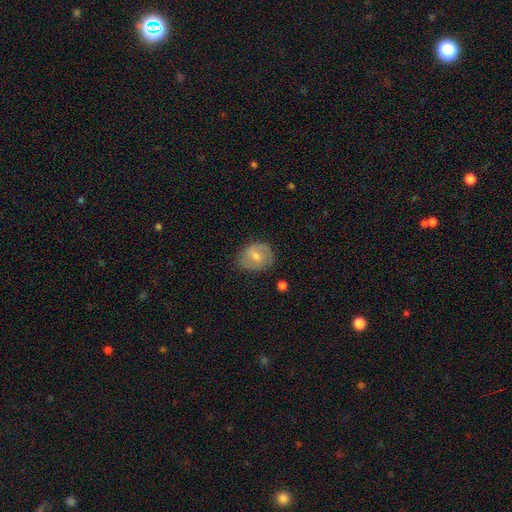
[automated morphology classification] This is likely a smooth galaxy (61%). How rounded: possibly round (54%). Merging: likely none (70%).